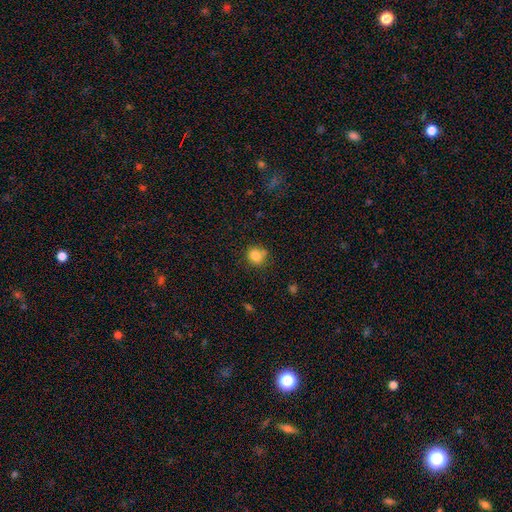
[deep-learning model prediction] Morphology: type=smooth (82%); roundness=round (81%); merging=none (69%).